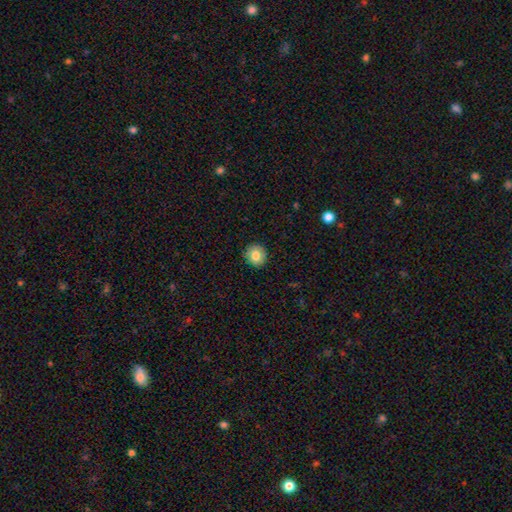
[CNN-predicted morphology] A smooth galaxy with no disk features (81%) that is round (87%). Merging: none (89%).